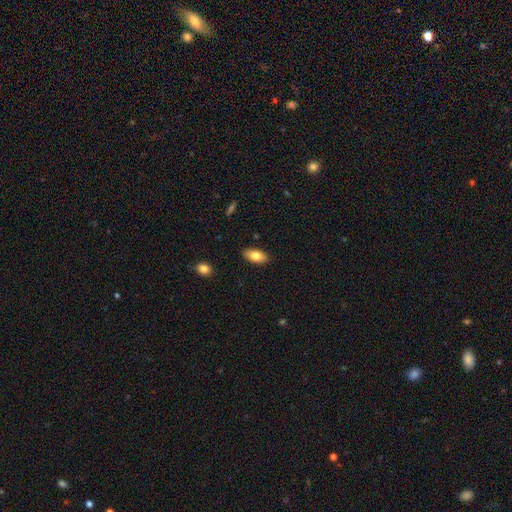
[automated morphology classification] Overall: smooth (80%). How rounded: in between (91%). Merging: none (88%).